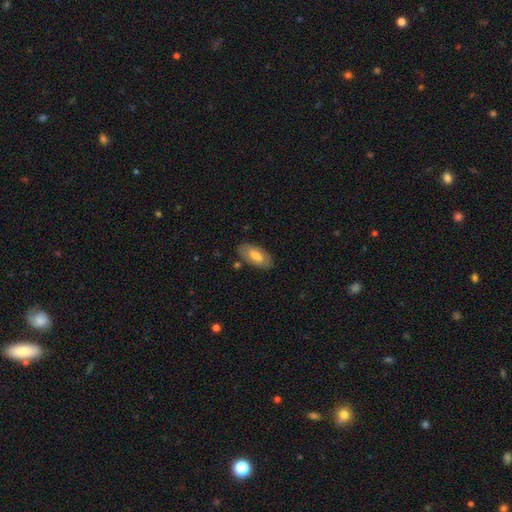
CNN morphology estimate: smooth 65%, featured or disk 29%, star or artifact 6%. Down the decision tree: how rounded — in between (92%); merging — none (81%).